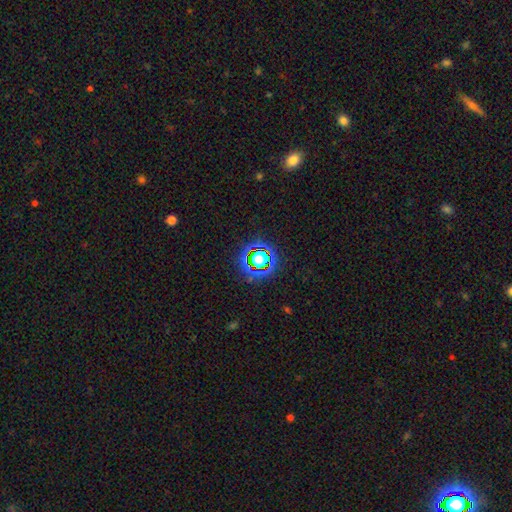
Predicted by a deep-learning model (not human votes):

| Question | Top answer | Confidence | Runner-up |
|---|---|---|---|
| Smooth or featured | star or artifact | 74% | smooth (17%) |